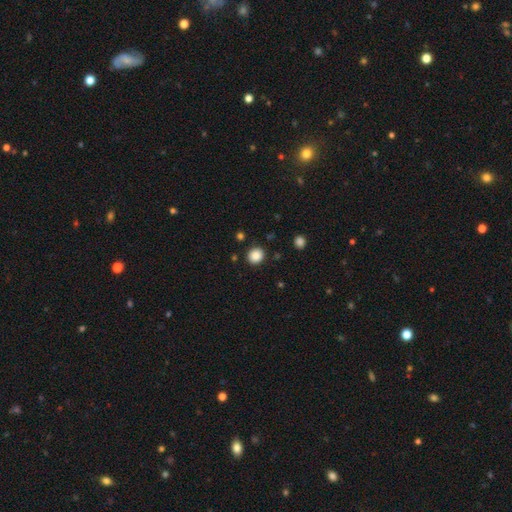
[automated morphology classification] A smooth galaxy with no disk features (87%) that is round (83%).

Vote fractions:
- Smooth or featured? smooth: 87% / star or artifact: 10% / featured or disk: 3%
- How rounded? round: 83% / in between: 16% / cigar-shaped: 1%
- Merging? none: 89% / minor disturbance: 6% / major disturbance: 2% / merger: 2%